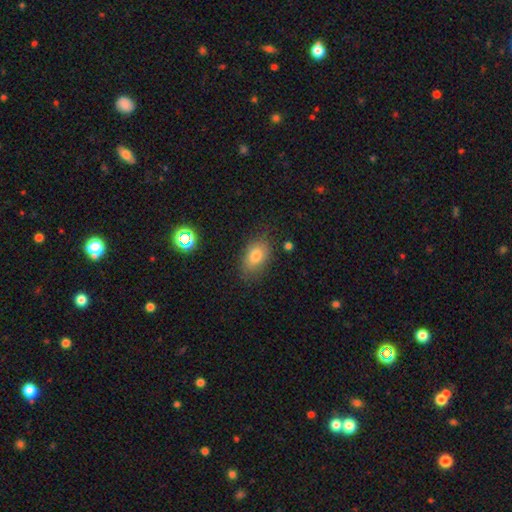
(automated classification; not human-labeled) smooth 79%, featured or disk 11%, star or artifact 10%. Down the decision tree: how rounded — in between (86%); merging — none (76%).